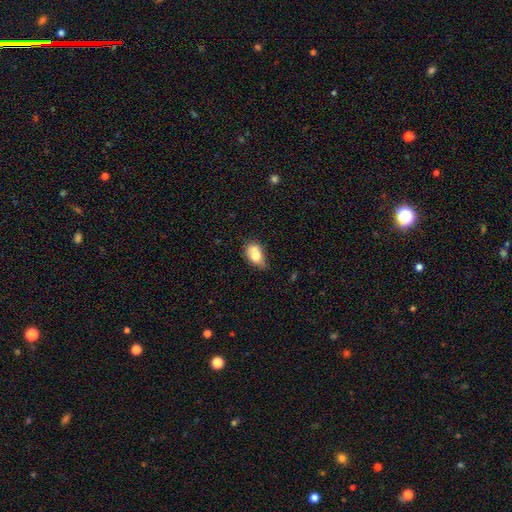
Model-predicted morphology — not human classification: Smooth or featured?
  - smooth: 69% *
  - featured or disk: 22%
  - star or artifact: 9%
How rounded?
  - in between: 75% *
  - round: 22%
  - cigar-shaped: 3%
Merging?
  - none: 31% *
  - merger: 29%
  - minor disturbance: 29%
  - major disturbance: 12%